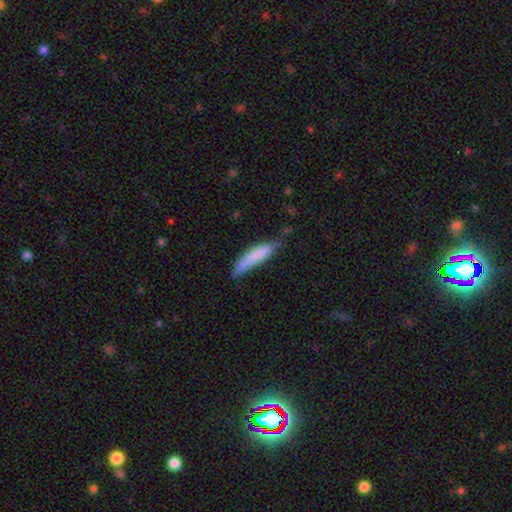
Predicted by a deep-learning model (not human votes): Q: Smooth or featured?
A: smooth (77%); runner-up: featured or disk (16%)
Q: How rounded?
A: cigar-shaped (79%); runner-up: in between (19%)
Q: Merging?
A: none (47%); runner-up: minor disturbance (38%)